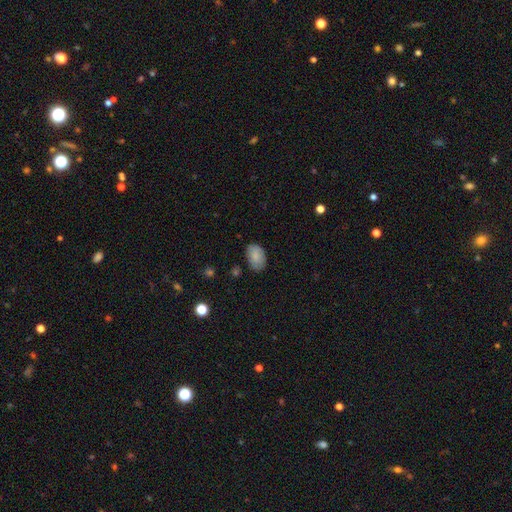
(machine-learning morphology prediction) This is clearly a smooth galaxy (85%). How rounded: clearly in between (90%). Merging: likely none (79%).